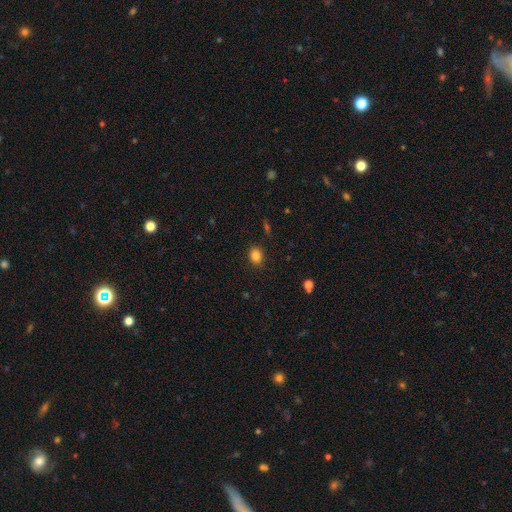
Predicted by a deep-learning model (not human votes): Smooth or featured? smooth (85%)
How rounded? round (52%)
Merging? none (85%)